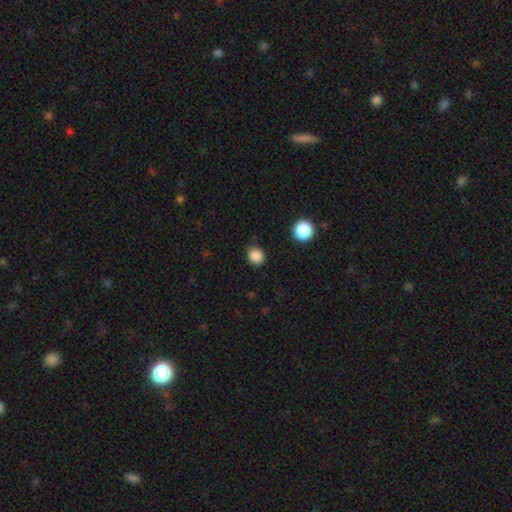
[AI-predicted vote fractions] Overall: smooth (86%). How rounded: round (88%). Merging: none (86%).